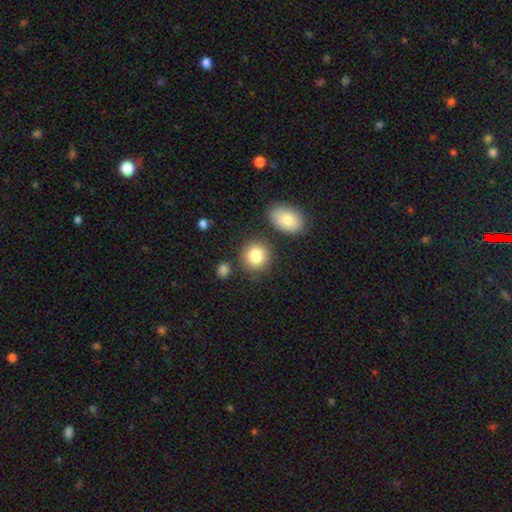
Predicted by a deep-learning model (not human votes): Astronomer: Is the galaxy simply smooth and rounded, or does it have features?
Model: smooth — 84%.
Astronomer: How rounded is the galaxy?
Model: round — 85%.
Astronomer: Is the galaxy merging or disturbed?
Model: none — 79%.